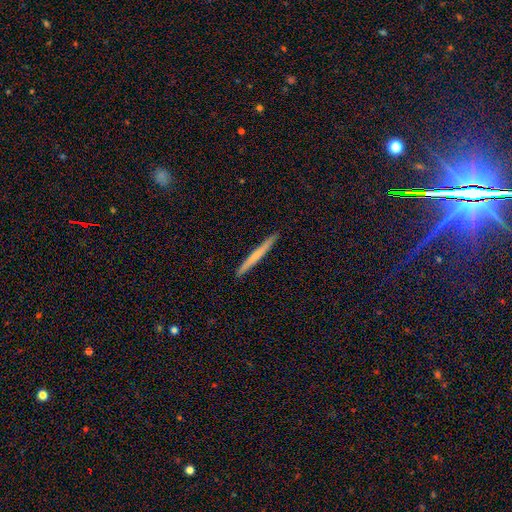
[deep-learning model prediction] Q: Smooth or featured?
A: smooth (56%); runner-up: featured or disk (39%)
Q: How rounded?
A: cigar-shaped (97%); runner-up: in between (2%)
Q: Merging?
A: none (92%); runner-up: minor disturbance (6%)